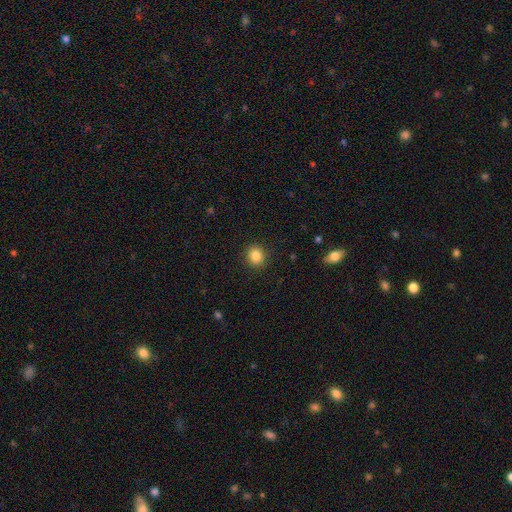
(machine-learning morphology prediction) The model was most divided on "how rounded": round: 80%, in between: 19%, cigar-shaped: 1%. More confident: merging — none (90%); smooth or featured — smooth (85%).